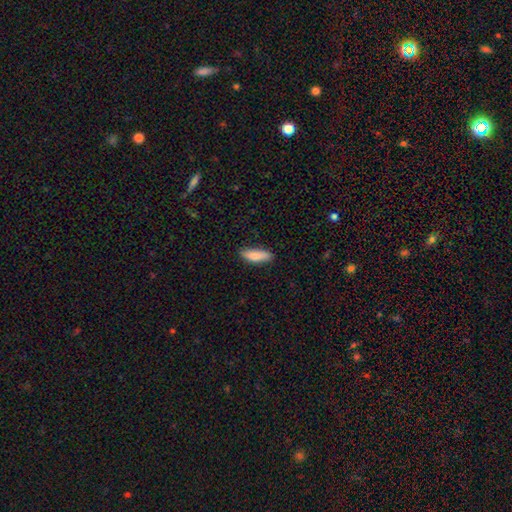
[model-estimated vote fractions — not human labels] Overall: smooth (81%). How rounded: in between (51%; cigar-shaped 47%). Merging: none (85%).